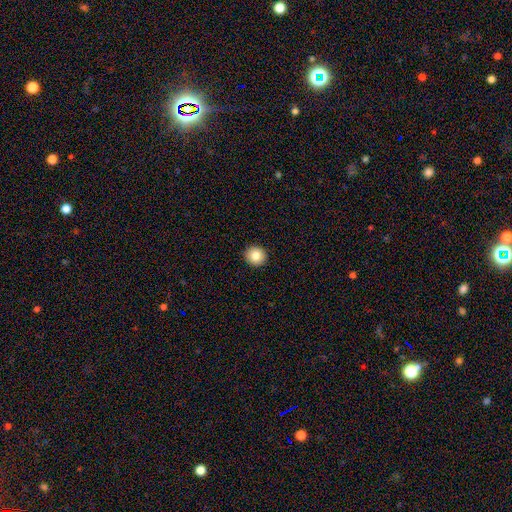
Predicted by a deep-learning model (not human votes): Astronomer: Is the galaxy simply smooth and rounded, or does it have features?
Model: smooth — 83%.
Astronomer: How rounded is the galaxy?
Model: round — 93%.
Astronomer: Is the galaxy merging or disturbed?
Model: none — 93%.